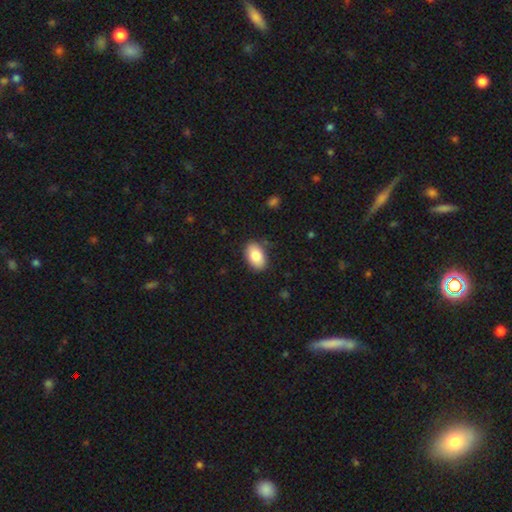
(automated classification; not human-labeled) Smooth or featured? Predicted: smooth (p=0.86). How rounded? Predicted: in between (p=0.92). Merging? Predicted: none (p=0.84).